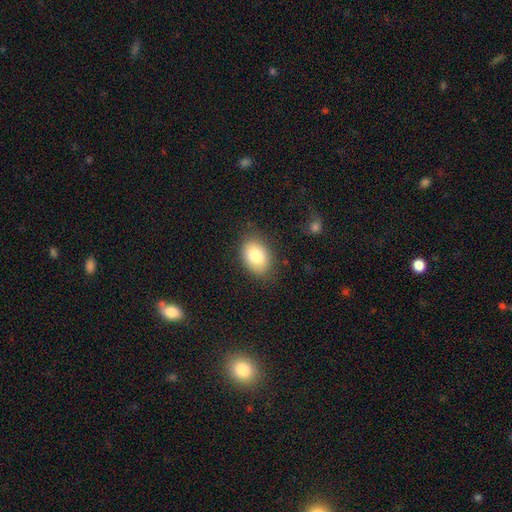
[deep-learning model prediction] This is clearly a smooth galaxy (82%). How rounded: clearly in between (83%). Merging: clearly none (82%).